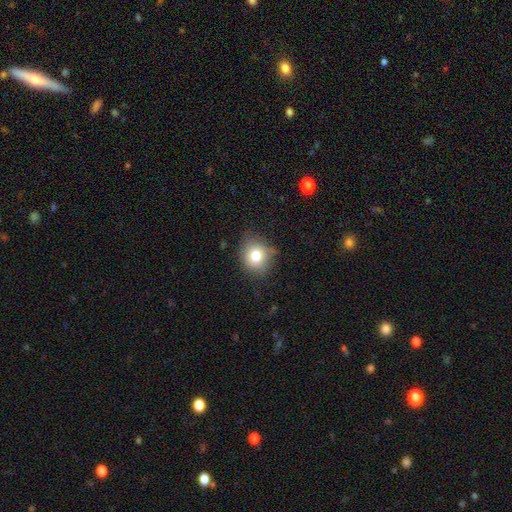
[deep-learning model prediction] Overall: smooth (76%). How rounded: round (74%). Merging: none (72%).